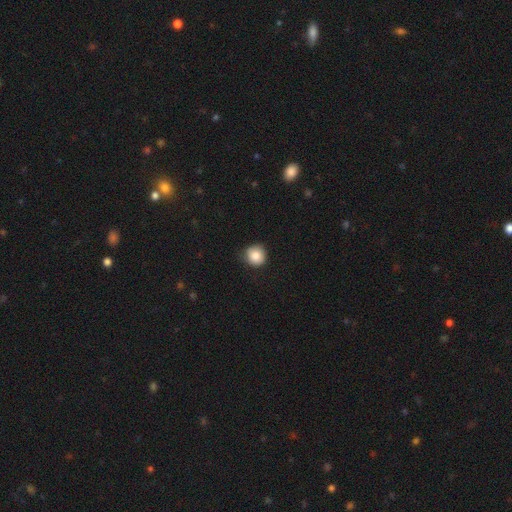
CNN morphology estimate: smooth_or_featured: smooth (p=0.85) [alt: star or artifact p=0.09]
how_rounded: round (p=0.92) [alt: in between p=0.07]
merging: none (p=0.78) [alt: minor disturbance p=0.18]